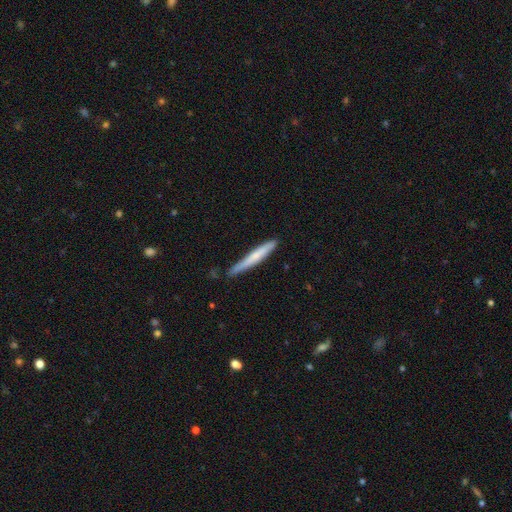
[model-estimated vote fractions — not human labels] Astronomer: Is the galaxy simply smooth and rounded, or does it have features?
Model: smooth — 62%.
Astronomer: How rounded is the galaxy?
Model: cigar-shaped — 96%.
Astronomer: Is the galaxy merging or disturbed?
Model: none — 74%.